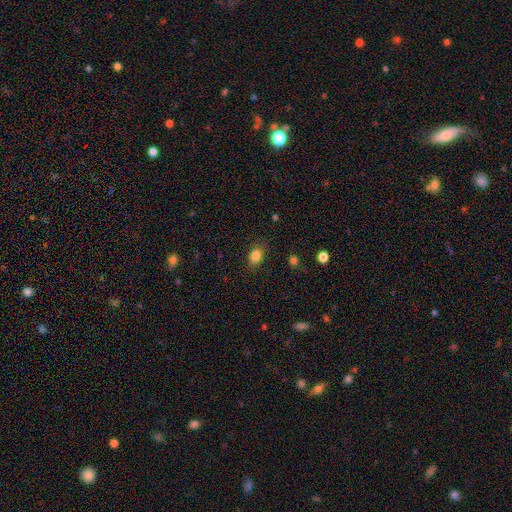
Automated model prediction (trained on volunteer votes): This is clearly a smooth galaxy (84%). How rounded: likely in between (79%). Merging: clearly none (84%).